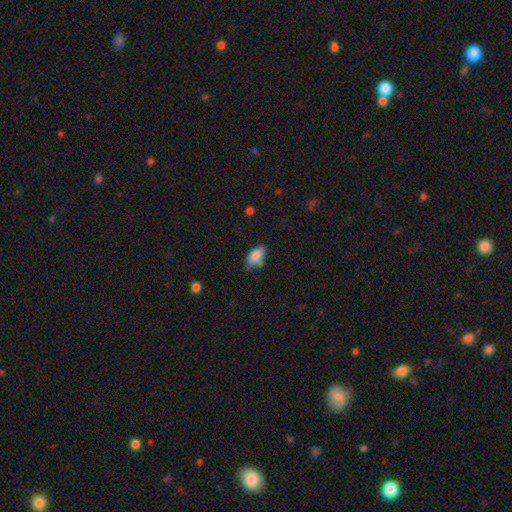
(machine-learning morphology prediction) The model was most divided on "merging": none: 62%, minor disturbance: 24%, merger: 10%, major disturbance: 5%. More confident: how rounded — in between (89%); smooth or featured — smooth (84%).